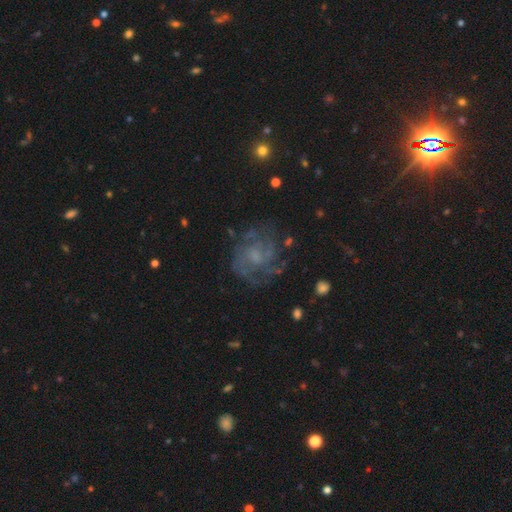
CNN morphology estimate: featured or disk 70%, smooth 17%, star or artifact 13%. Down the decision tree: edge-on disk — no (98%); bar — no (67%); spiral arms — yes (83%); spiral arm count — can't tell (43%); spiral winding — tight (43%); bulge size — small (38%); merging — none (66%).